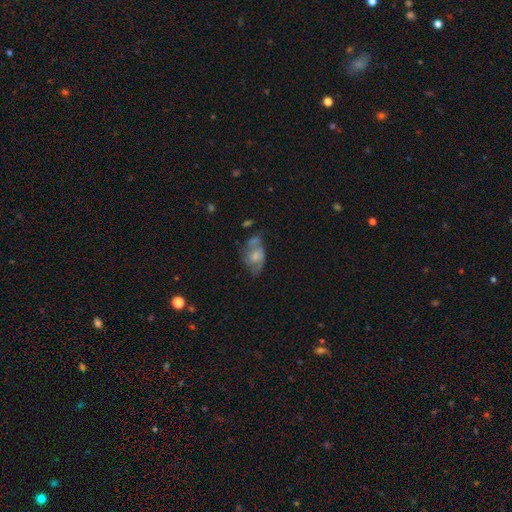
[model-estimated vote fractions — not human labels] A featured or disk galaxy (47%). Merging: none (32%).